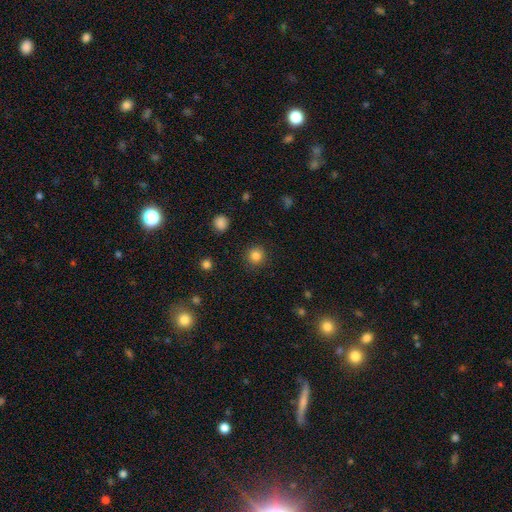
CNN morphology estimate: Smooth or featured? smooth (84%)
How rounded? round (94%)
Merging? none (91%)